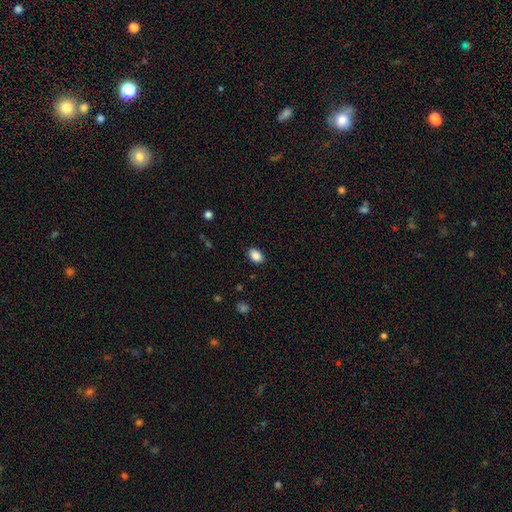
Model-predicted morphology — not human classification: This is clearly a smooth galaxy (88%). How rounded: clearly in between (84%). Merging: clearly none (88%).